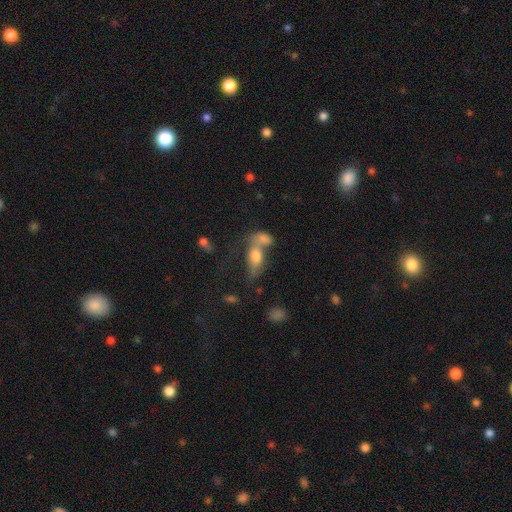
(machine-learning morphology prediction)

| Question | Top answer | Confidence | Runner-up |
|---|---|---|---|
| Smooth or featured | smooth | 62% | featured or disk (26%) |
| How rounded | in between | 78% | cigar-shaped (14%) |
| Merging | merger | 55% | none (26%) |